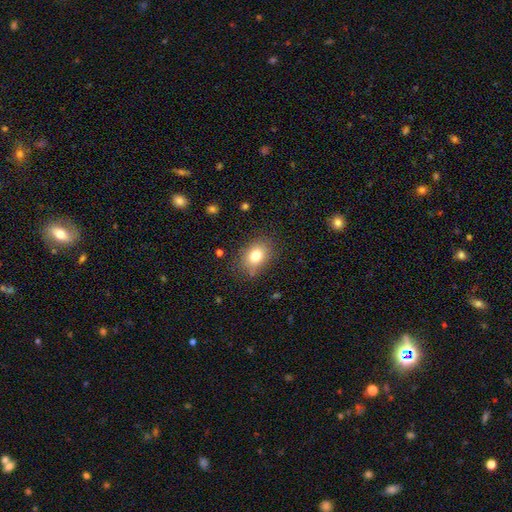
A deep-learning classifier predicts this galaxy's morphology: This appears to be a smooth galaxy with no disk features (78%) that is in between round and cigar-shaped (67%). Merging: none (78%).